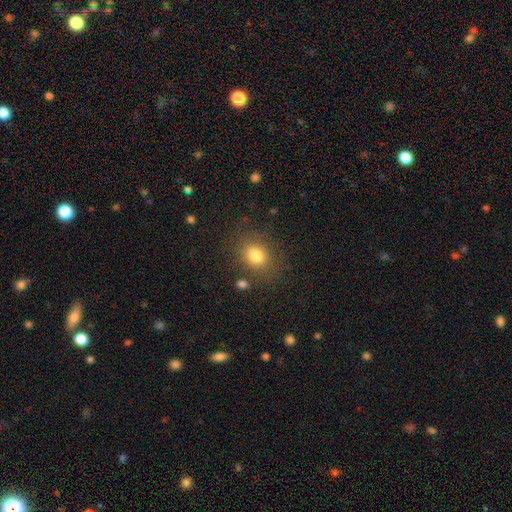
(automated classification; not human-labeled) Smooth or featured: smooth — 80% (star or artifact — 12%)
How rounded: round — 54% (in between — 45%)
Merging: none — 79% (minor disturbance — 13%)